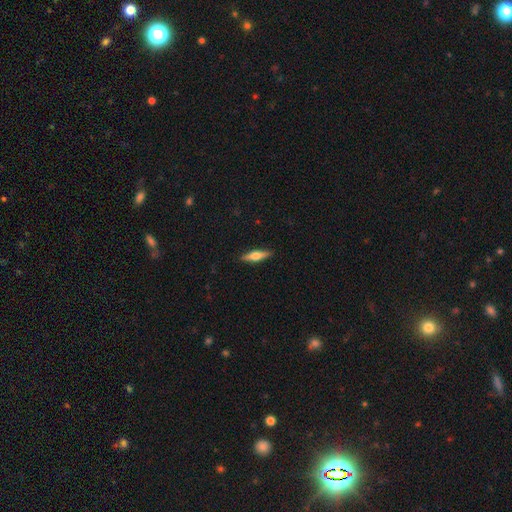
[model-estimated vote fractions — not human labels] Smooth or featured: smooth — 47% (tied with featured or disk — 47%)
Merging: none — 90% (minor disturbance — 7%)